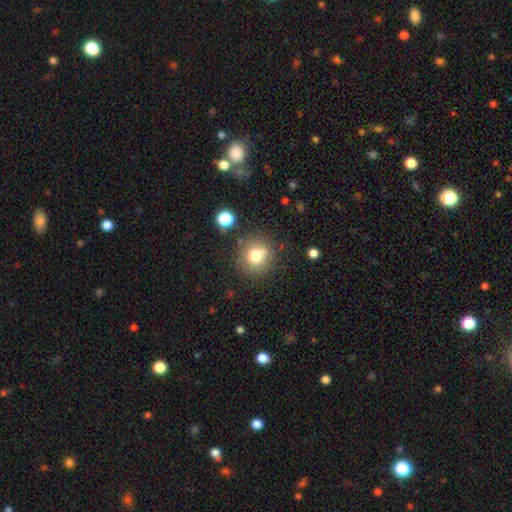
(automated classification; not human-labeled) Smooth or featured? Predicted: smooth (p=0.72). How rounded? Predicted: round (p=0.89). Merging? Predicted: none (p=0.75).